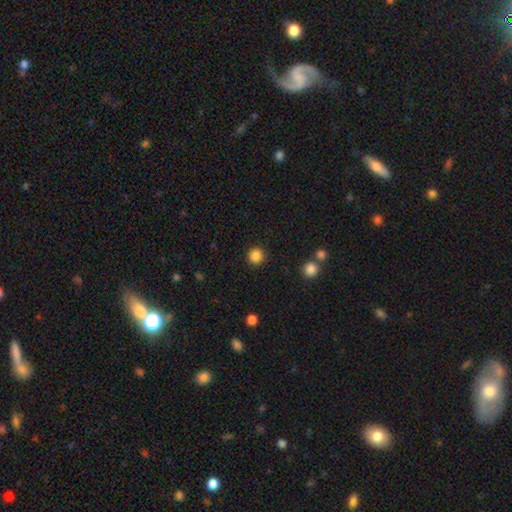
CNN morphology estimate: This appears to be a smooth galaxy with no disk features (86%) that is round (93%). Merging: none (90%).